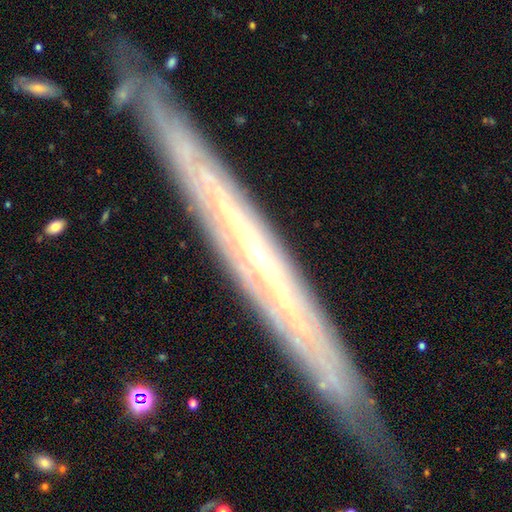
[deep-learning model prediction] smooth-or-featured: featured or disk: 82% | smooth: 12% | star or artifact: 7%
  disk-edge-on: yes: 83% | no: 17%
    edge-on-bulge: none: 64% | rounded: 33% | boxy: 3%
  merging: none: 83% | minor disturbance: 13% | major disturbance: 3% | merger: 2%